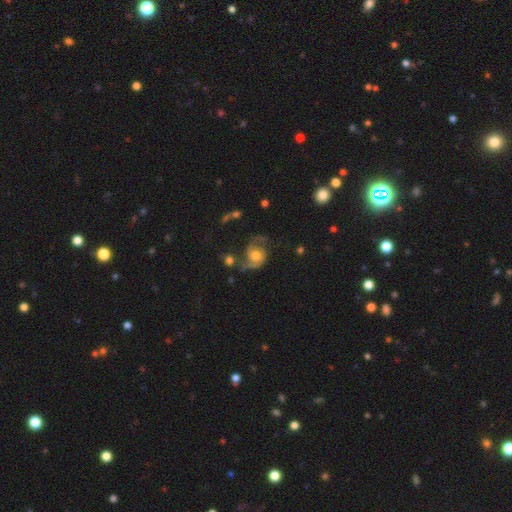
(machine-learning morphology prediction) Smooth or featured: featured or disk — 72% (smooth — 20%)
Edge-on disk: no — 97% (yes — 3%)
Bar: no — 70% (weak — 26%)
Spiral arms: yes — 90% (no — 10%)
Spiral winding: medium — 46% (loose — 39%)
Spiral arm count: 2 — 84% (1 — 7%)
Bulge size: moderate — 63% (large — 19%)
Merging: none — 46% (minor disturbance — 23%)